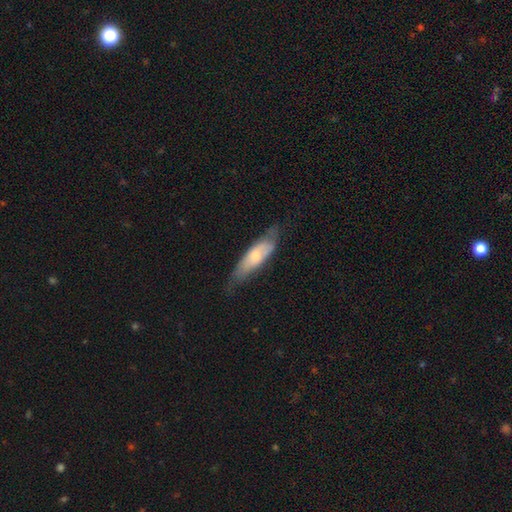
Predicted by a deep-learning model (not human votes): Smooth or featured?
  - smooth: 59% *
  - featured or disk: 35%
  - star or artifact: 6%
How rounded?
  - cigar-shaped: 50% *
  - in between: 49%
  - round: 2%
Merging?
  - none: 57% *
  - minor disturbance: 30%
  - major disturbance: 10%
  - merger: 2%